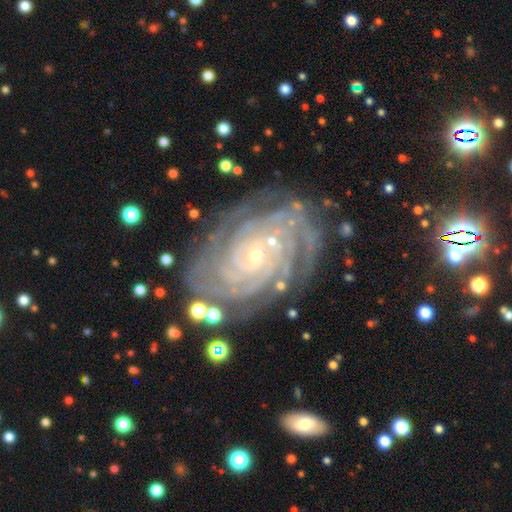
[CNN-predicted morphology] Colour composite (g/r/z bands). It shows a featured or disk galaxy (91%) with no bar (55%), 4 (28%) tight (85%) spiral arms (99%) and a small central bulge (81%). Merging: none (77%).